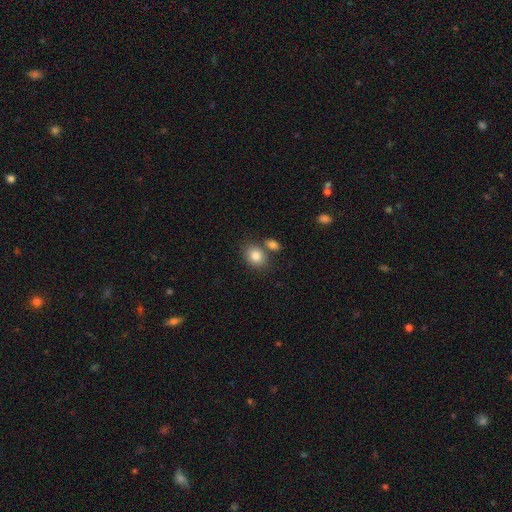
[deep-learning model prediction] A smooth galaxy with no disk features (83%) that is in between round and cigar-shaped (54%).

Vote fractions:
- Smooth or featured? smooth: 83% / star or artifact: 9% / featured or disk: 8%
- How rounded? in between: 54% / round: 45% / cigar-shaped: 1%
- Merging? none: 64% / merger: 21% / minor disturbance: 12% / major disturbance: 3%